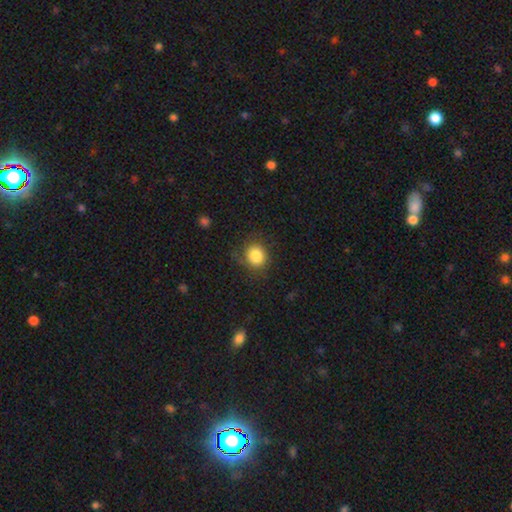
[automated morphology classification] smooth-or-featured: smooth: 84% | star or artifact: 10% | featured or disk: 7%
  how-rounded: round: 81% | in between: 18% | cigar-shaped: 1%
  merging: none: 78% | minor disturbance: 15% | major disturbance: 6% | merger: 1%